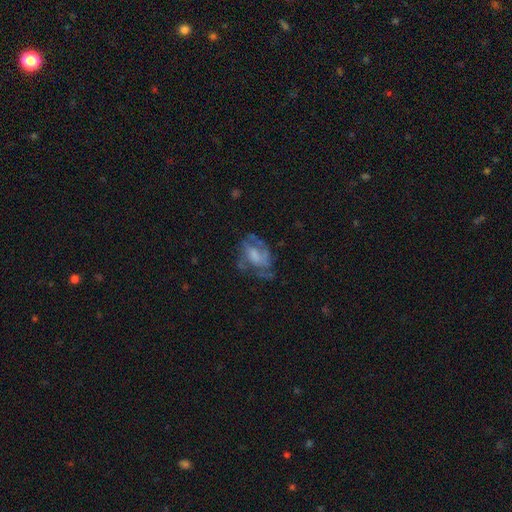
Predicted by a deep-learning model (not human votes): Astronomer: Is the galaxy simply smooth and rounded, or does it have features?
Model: featured or disk — 66%.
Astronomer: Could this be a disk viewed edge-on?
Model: no — 96%.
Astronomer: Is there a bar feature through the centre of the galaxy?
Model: no — 56% (runner-up: weak, 35%).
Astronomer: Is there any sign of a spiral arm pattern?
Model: yes — 72%.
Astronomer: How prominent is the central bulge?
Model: moderate — 31% (runner-up: none, 28%).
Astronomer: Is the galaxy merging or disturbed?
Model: none — 45% (runner-up: major disturbance, 28%).